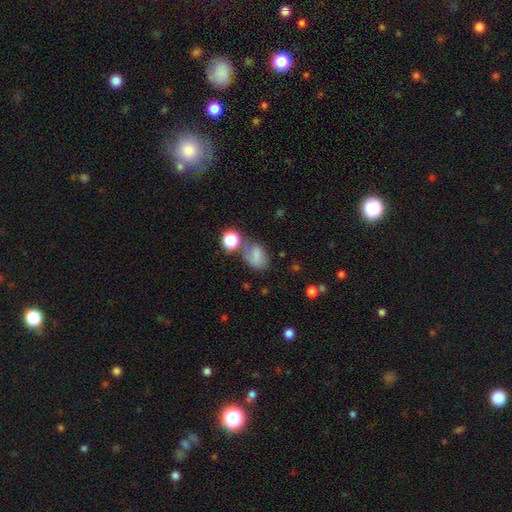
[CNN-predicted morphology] Smooth or featured? Predicted: smooth (p=0.68). How rounded? Predicted: in between (p=0.68). Merging? Predicted: none (p=0.41).